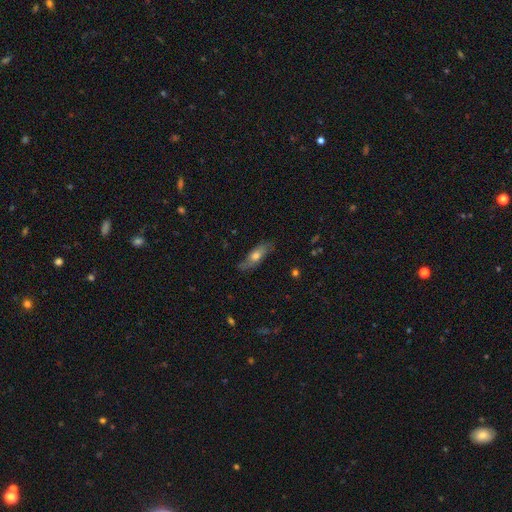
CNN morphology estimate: smooth-or-featured: smooth: 49% | featured or disk: 44% | star or artifact: 7%
  merging: none: 75% | minor disturbance: 19% | major disturbance: 4% | merger: 1%